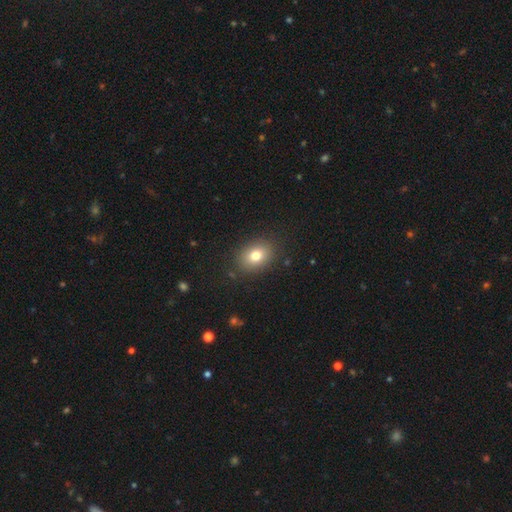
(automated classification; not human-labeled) This appears to be a smooth galaxy with no disk features (79%) that is in between round and cigar-shaped (65%). Merging: none (86%).